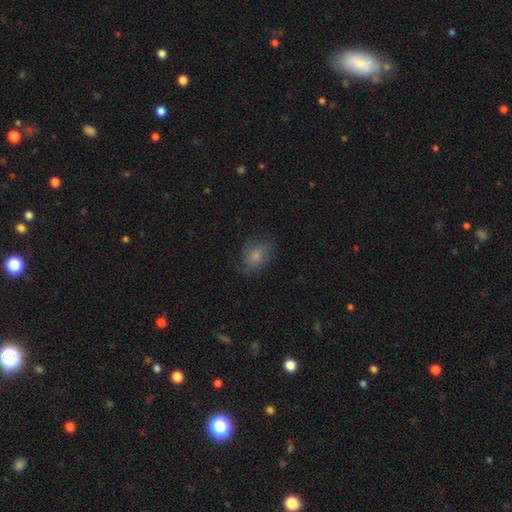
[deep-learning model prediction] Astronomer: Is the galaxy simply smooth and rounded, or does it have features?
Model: smooth — 73%.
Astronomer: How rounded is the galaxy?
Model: in between — 63%.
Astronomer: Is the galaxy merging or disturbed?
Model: none — 63%.